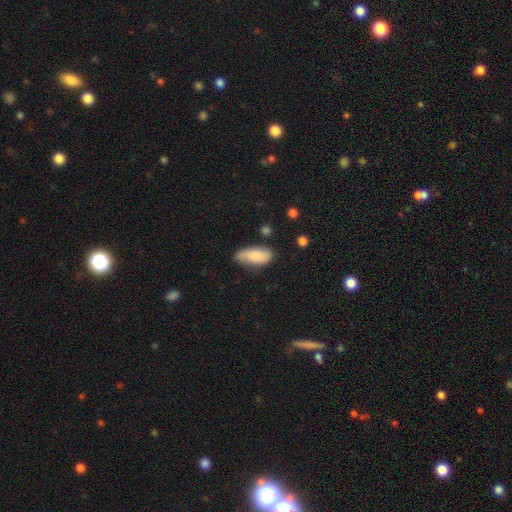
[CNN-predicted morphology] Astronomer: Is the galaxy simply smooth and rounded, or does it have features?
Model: smooth — 81%.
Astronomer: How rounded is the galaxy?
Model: in between — 84%.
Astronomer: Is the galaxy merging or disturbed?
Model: none — 64%.